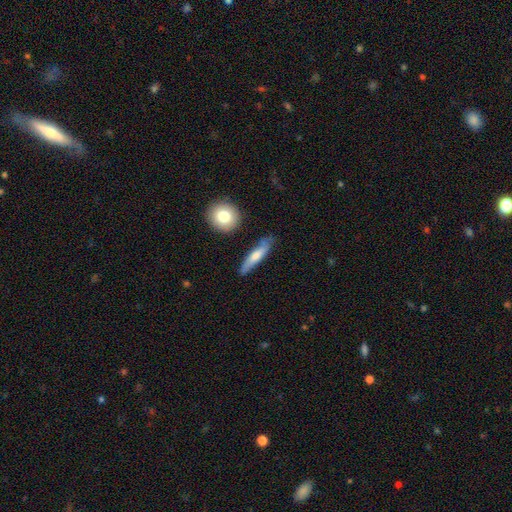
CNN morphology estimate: Smooth or featured?
  - smooth: 60% *
  - featured or disk: 34%
  - star or artifact: 6%
How rounded?
  - cigar-shaped: 79% *
  - in between: 18%
  - round: 3%
Merging?
  - none: 76% *
  - minor disturbance: 17%
  - major disturbance: 4%
  - merger: 3%